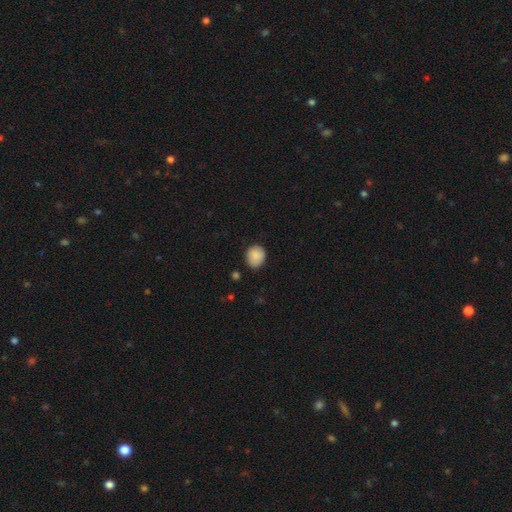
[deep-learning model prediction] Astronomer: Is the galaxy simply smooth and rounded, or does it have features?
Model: smooth — 87%.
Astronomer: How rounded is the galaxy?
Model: round — 70%.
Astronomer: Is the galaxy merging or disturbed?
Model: none — 79%.